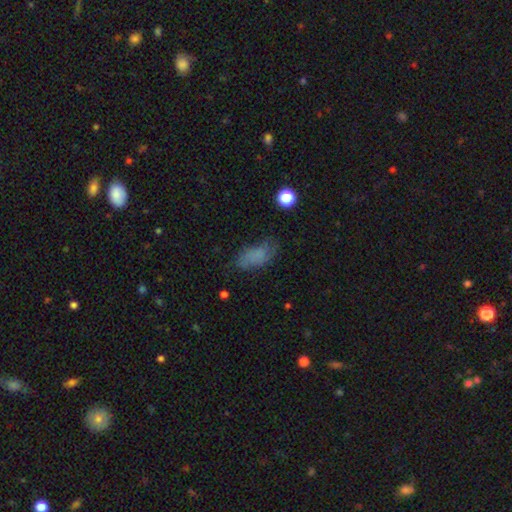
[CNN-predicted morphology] The model was most divided on "merging": none: 59%, minor disturbance: 26%, major disturbance: 13%, merger: 2%. More confident: how rounded — in between (87%); smooth or featured — smooth (71%).